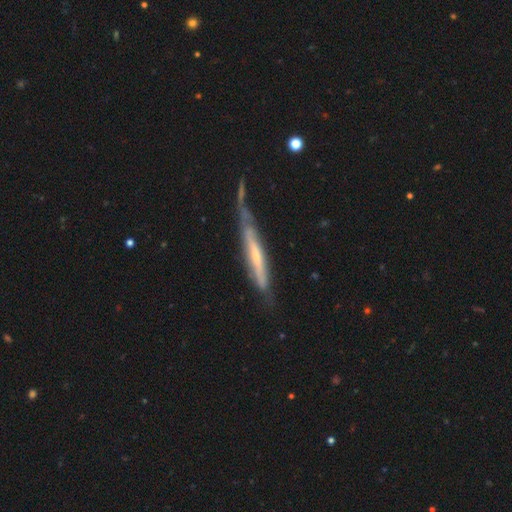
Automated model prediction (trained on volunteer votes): Overall: featured or disk (66%; smooth 29%). Edge-on disk: yes (79%). Edge-on bulge: none (54%; rounded 37%). Merging: none (42%; minor disturbance 31%).